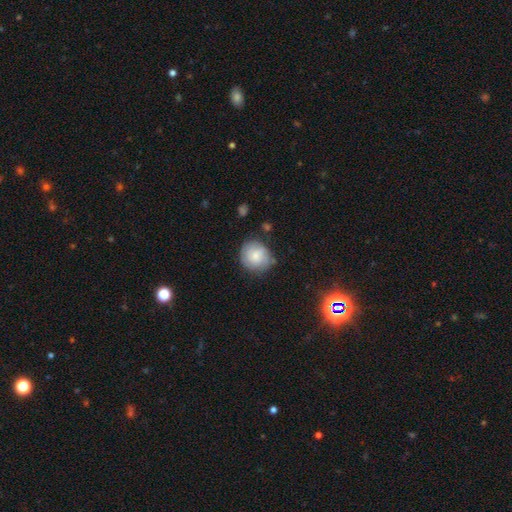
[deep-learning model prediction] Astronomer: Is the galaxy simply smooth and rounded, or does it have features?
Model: smooth — 70%.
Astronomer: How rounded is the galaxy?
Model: round — 83%.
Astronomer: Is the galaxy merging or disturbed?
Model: none — 70%.